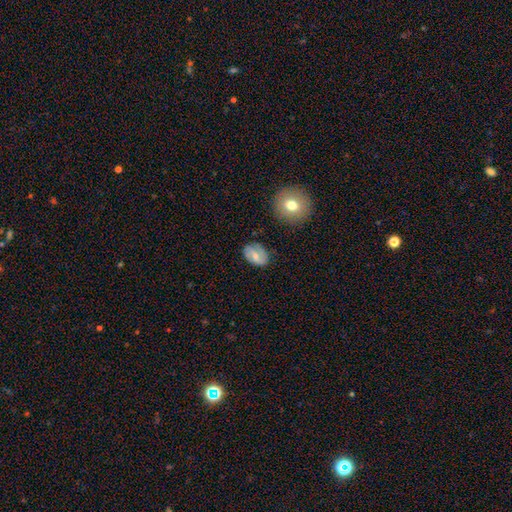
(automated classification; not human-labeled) This appears to be a smooth galaxy with no disk features (52%) that is in between round and cigar-shaped (79%). Merging: none (75%).